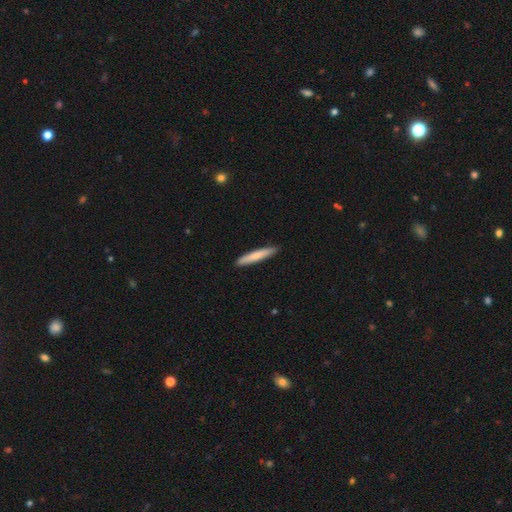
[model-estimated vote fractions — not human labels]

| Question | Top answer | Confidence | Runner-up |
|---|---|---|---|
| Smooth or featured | smooth | 74% | featured or disk (21%) |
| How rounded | cigar-shaped | 94% | in between (5%) |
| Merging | none | 91% | minor disturbance (7%) |